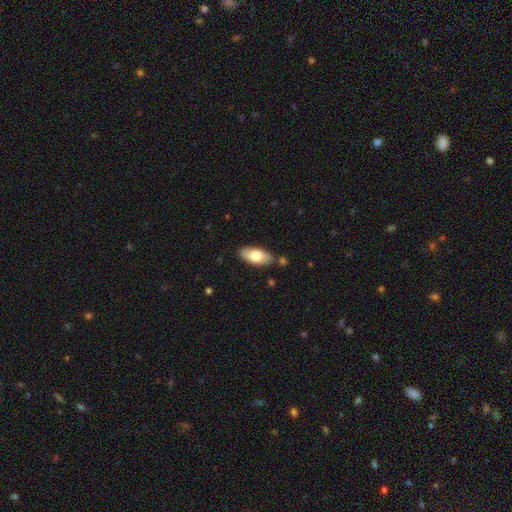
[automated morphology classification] A smooth galaxy with no disk features (76%) that is in between round and cigar-shaped (88%).

Vote fractions:
- Smooth or featured? smooth: 76% / featured or disk: 18% / star or artifact: 6%
- How rounded? in between: 88% / cigar-shaped: 10% / round: 2%
- Merging? none: 84% / minor disturbance: 11% / merger: 3% / major disturbance: 2%